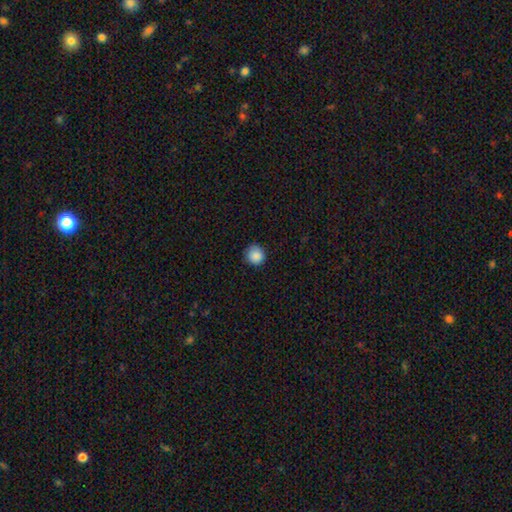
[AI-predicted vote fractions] Overall: smooth (87%). How rounded: round (93%). Merging: none (85%).